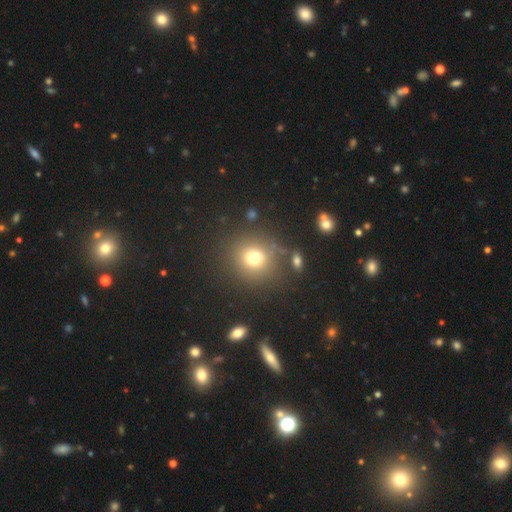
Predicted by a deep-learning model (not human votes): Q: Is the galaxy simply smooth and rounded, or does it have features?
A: smooth — 70%.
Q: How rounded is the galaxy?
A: round — 86%.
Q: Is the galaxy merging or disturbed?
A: none — 81%.